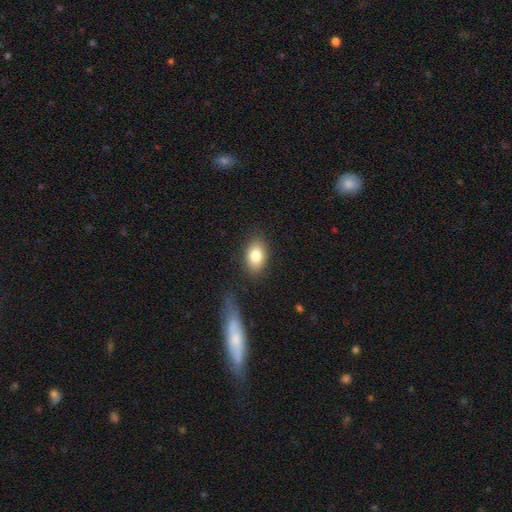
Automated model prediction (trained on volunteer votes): smooth 81%, featured or disk 11%, star or artifact 8%. Down the decision tree: how rounded — in between (85%); merging — none (83%).